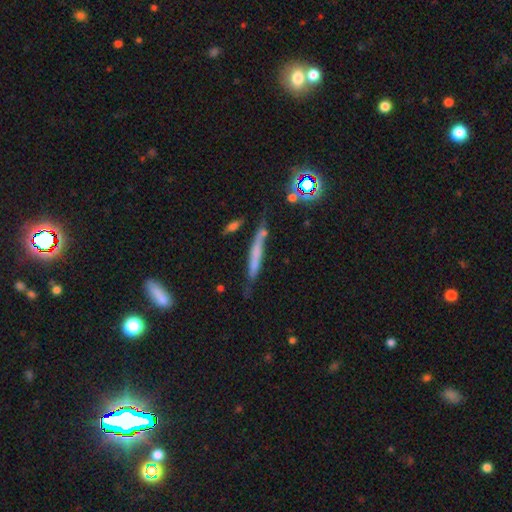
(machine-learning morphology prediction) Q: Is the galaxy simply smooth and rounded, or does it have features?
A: smooth — 51%.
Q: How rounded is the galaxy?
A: cigar-shaped — 93%.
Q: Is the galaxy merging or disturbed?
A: none — 62%.